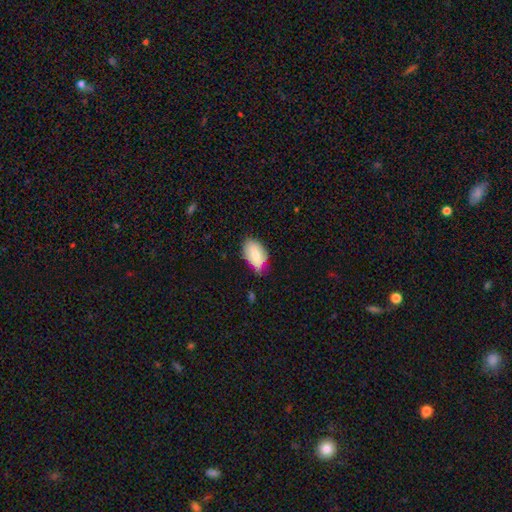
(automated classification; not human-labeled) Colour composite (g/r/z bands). It shows a smooth galaxy with no disk features (74%) that is in between round and cigar-shaped (93%). Merging: none (57%).